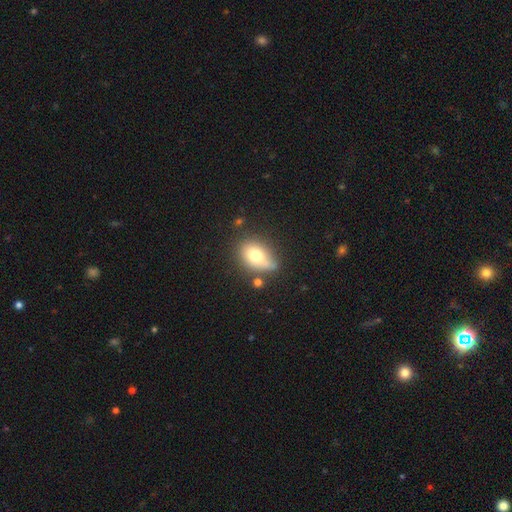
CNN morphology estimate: A smooth galaxy with no disk features (74%) that is in between round and cigar-shaped (69%).

Vote fractions:
- Smooth or featured? smooth: 74% / featured or disk: 16% / star or artifact: 10%
- How rounded? in between: 69% / round: 29% / cigar-shaped: 2%
- Merging? none: 55% / minor disturbance: 25% / merger: 11% / major disturbance: 8%